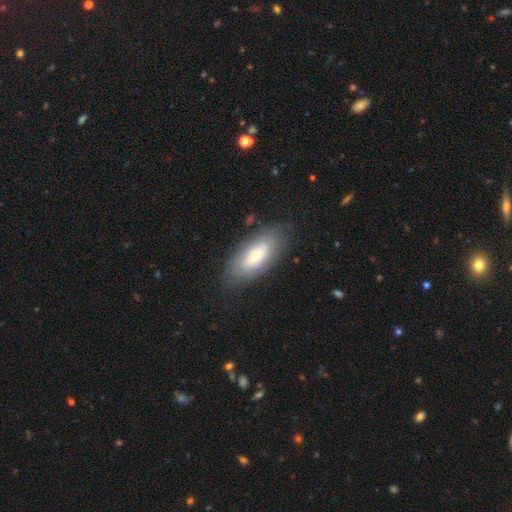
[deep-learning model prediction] Overall: smooth (66%; featured or disk 27%). How rounded: in between (85%). Merging: none (78%).